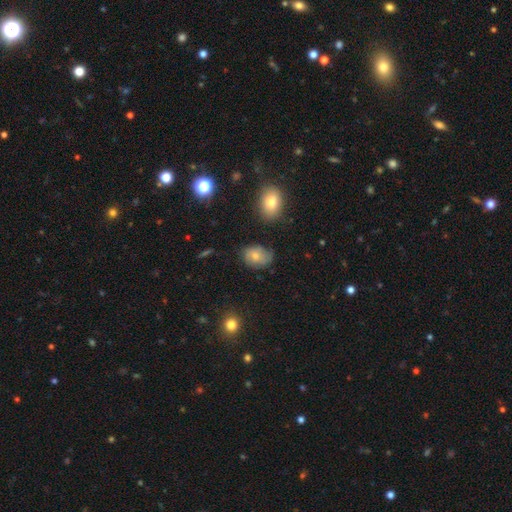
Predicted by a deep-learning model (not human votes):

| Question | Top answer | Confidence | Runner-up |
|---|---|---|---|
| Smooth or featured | smooth | 68% | featured or disk (21%) |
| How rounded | in between | 71% | round (28%) |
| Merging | none | 59% | minor disturbance (30%) |